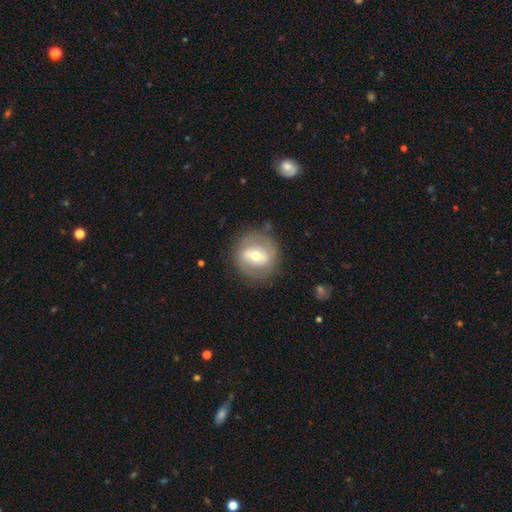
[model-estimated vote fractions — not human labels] Smooth or featured: featured or disk — 56% (smooth — 37%)
Edge-on disk: no — 95% (yes — 5%)
Bar: weak — 41% (strong — 30%)
Spiral arms: no — 53% (yes — 47%)
Bulge size: moderate — 69% (small — 22%)
Merging: none — 80% (minor disturbance — 13%)